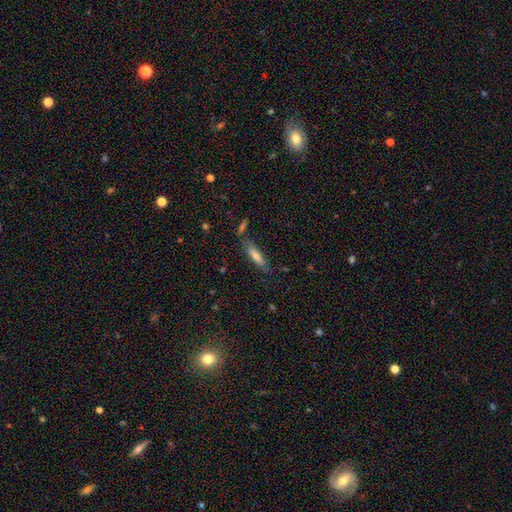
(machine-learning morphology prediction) type=smooth (61%); roundness=cigar-shaped (70%); merging=none (73%).